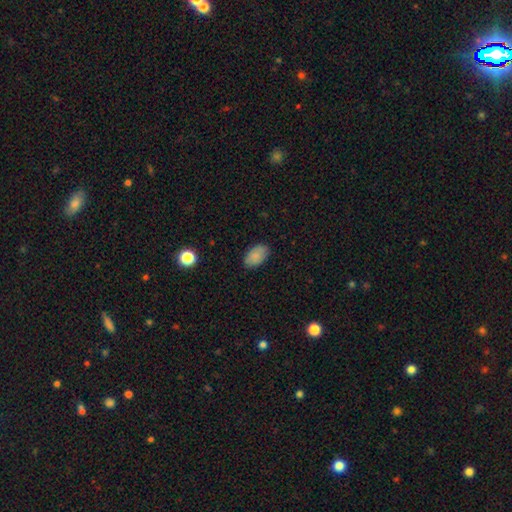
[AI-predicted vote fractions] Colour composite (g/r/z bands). It shows a smooth galaxy with no disk features (86%) that is in between round and cigar-shaped (92%). Merging: none (84%).